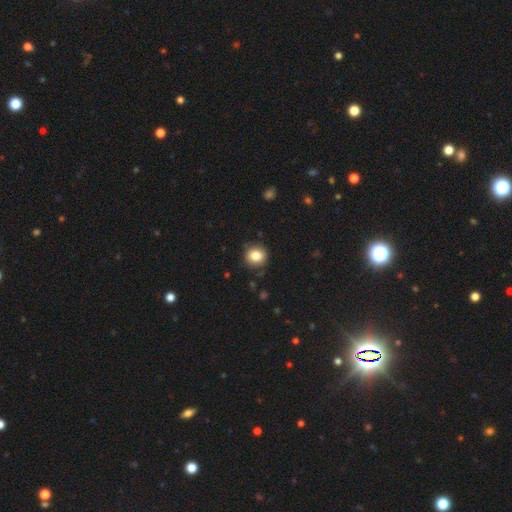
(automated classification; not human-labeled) Smooth or featured?
  - smooth: 83% *
  - star or artifact: 10%
  - featured or disk: 7%
How rounded?
  - round: 85% *
  - in between: 14%
  - cigar-shaped: 1%
Merging?
  - none: 86% *
  - minor disturbance: 10%
  - major disturbance: 2%
  - merger: 1%